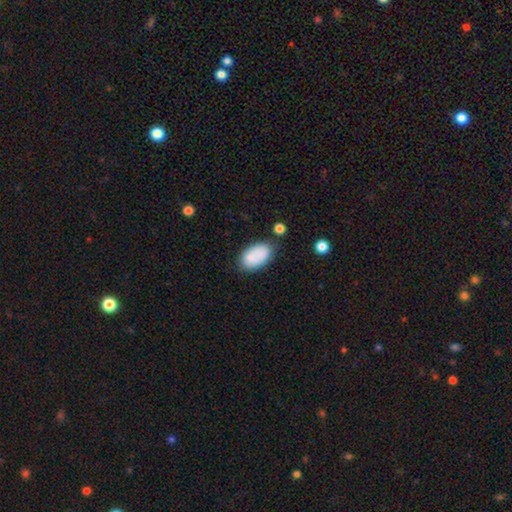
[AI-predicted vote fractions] Q: Smooth or featured?
A: smooth (80%); runner-up: featured or disk (12%)
Q: How rounded?
A: in between (93%); runner-up: round (5%)
Q: Merging?
A: none (64%); runner-up: minor disturbance (20%)